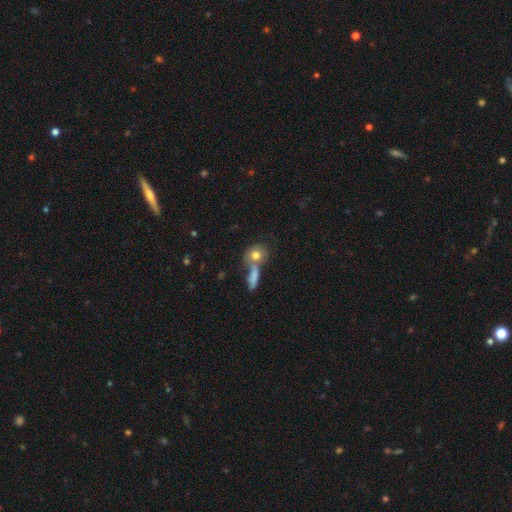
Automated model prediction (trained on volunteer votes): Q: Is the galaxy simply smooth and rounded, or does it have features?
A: smooth — 76%.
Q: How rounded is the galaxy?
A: round — 63%.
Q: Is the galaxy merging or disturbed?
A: none — 43%.